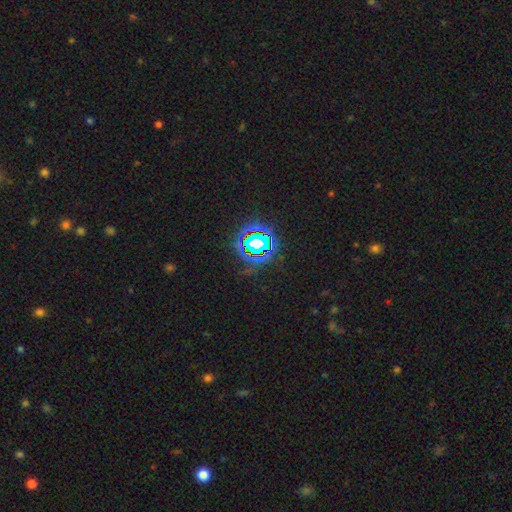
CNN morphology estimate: star or artifact 81%, smooth 12%, featured or disk 7%.